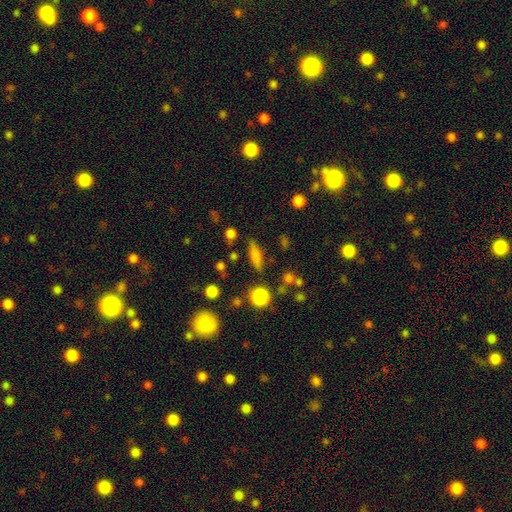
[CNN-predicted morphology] Smooth or featured? Predicted: smooth (p=0.68). How rounded? Predicted: cigar-shaped (p=0.59). Merging? Predicted: none (p=0.81).